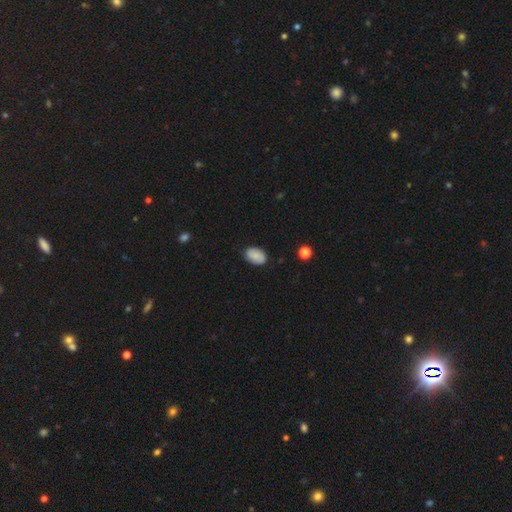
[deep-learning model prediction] Morphology: type=smooth (80%); roundness=in between (88%); merging=none (82%).